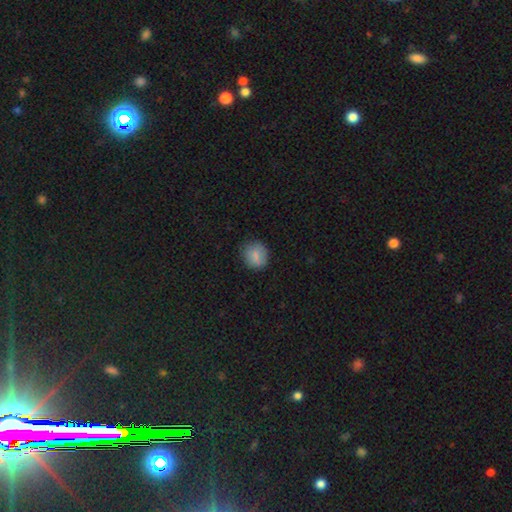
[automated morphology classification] smooth_or_featured: smooth (p=0.81) [alt: featured or disk p=0.10]
how_rounded: round (p=0.79) [alt: in between p=0.20]
merging: none (p=0.81) [alt: minor disturbance p=0.14]